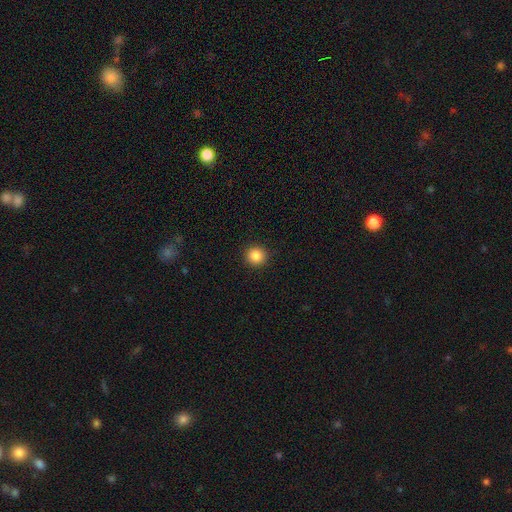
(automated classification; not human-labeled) Morphology: type=smooth (86%); roundness=round (94%); merging=none (92%).